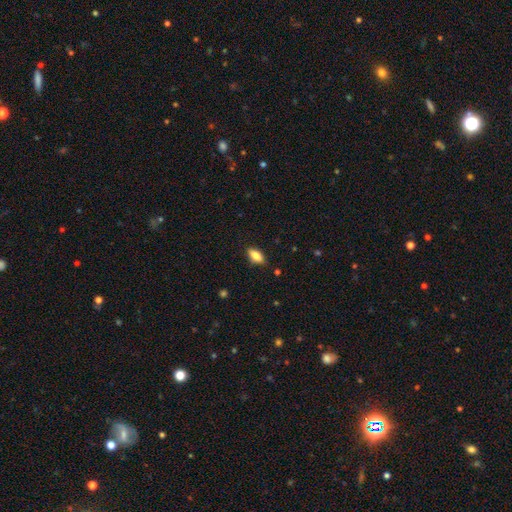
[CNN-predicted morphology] Q: Smooth or featured?
A: smooth (78%); runner-up: featured or disk (14%)
Q: How rounded?
A: in between (84%); runner-up: cigar-shaped (12%)
Q: Merging?
A: none (85%); runner-up: minor disturbance (11%)